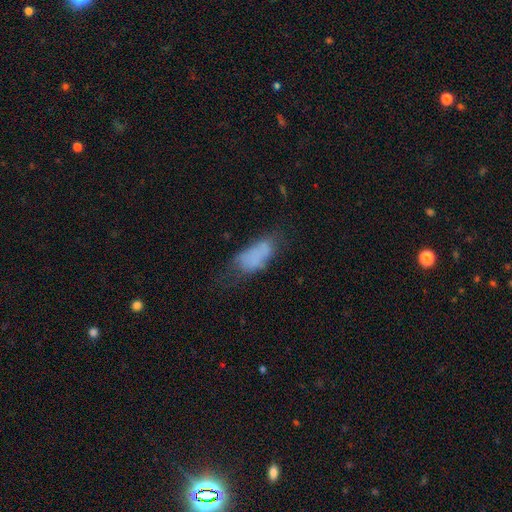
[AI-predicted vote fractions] smooth_or_featured: smooth (p=0.67) [alt: featured or disk p=0.22]
how_rounded: in between (p=0.84) [alt: cigar-shaped p=0.13]
merging: none (p=0.33) [alt: major disturbance p=0.30]